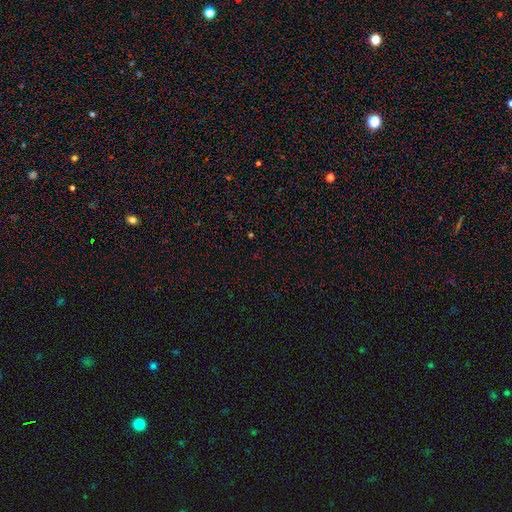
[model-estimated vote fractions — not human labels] This is likely a star or artifact rather than a galaxy (65%).